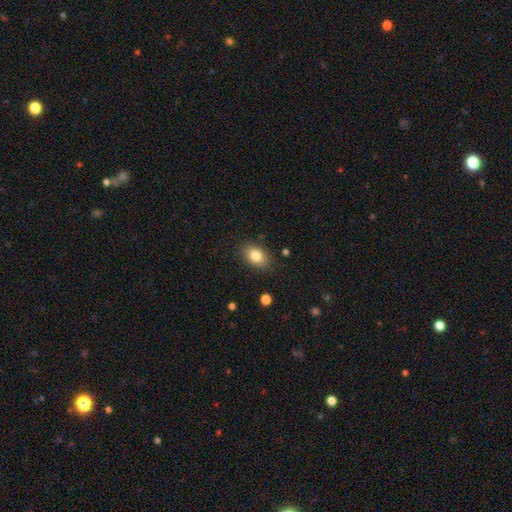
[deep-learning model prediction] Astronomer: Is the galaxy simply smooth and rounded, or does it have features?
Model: smooth — 81%.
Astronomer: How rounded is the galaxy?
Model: in between — 84%.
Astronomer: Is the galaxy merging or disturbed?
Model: none — 85%.